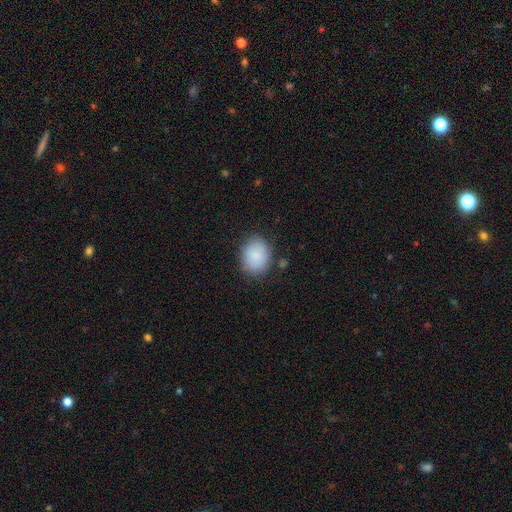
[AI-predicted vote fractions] A smooth galaxy with no disk features (86%) that is round (51%). Merging: none (81%).